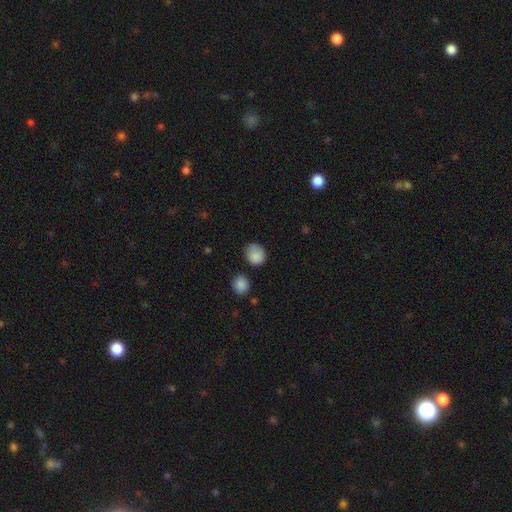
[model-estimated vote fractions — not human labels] Smooth or featured?
  - smooth: 86% *
  - star or artifact: 9%
  - featured or disk: 5%
How rounded?
  - round: 68% *
  - in between: 31%
  - cigar-shaped: 1%
Merging?
  - none: 68% *
  - minor disturbance: 22%
  - major disturbance: 6%
  - merger: 4%